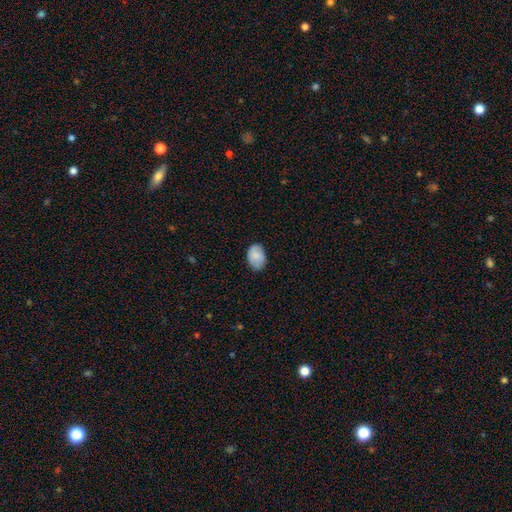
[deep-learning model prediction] Smooth or featured? smooth (81%)
How rounded? in between (81%)
Merging? none (76%)